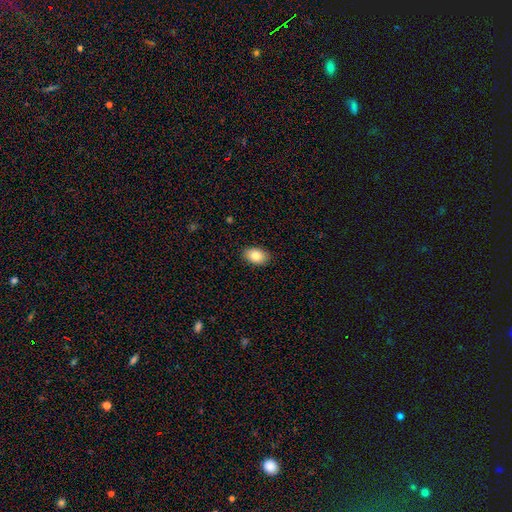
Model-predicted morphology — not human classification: The model was most divided on "smooth or featured": smooth: 82%, featured or disk: 10%, star or artifact: 8%. More confident: merging — none (89%); how rounded — in between (88%).